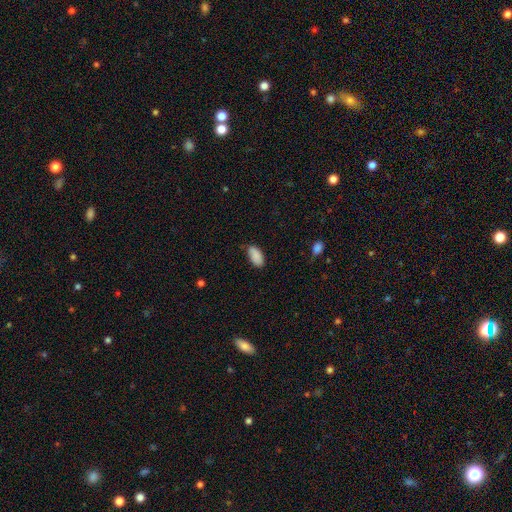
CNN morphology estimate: The model was most divided on "merging": none: 72%, minor disturbance: 23%, major disturbance: 4%, merger: 2%. More confident: how rounded — in between (94%); smooth or featured — smooth (89%).